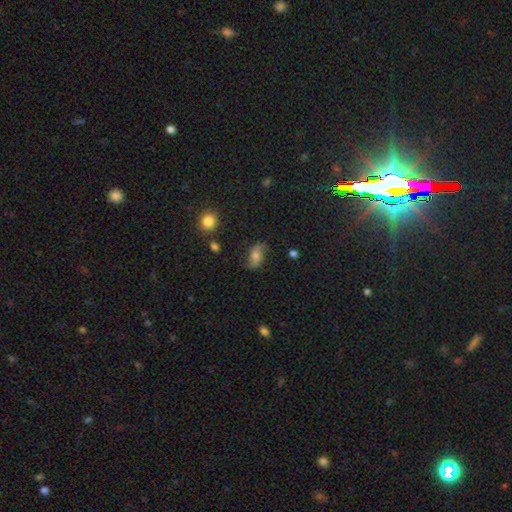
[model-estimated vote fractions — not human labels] A featured or disk galaxy (49%). Merging: none (74%).